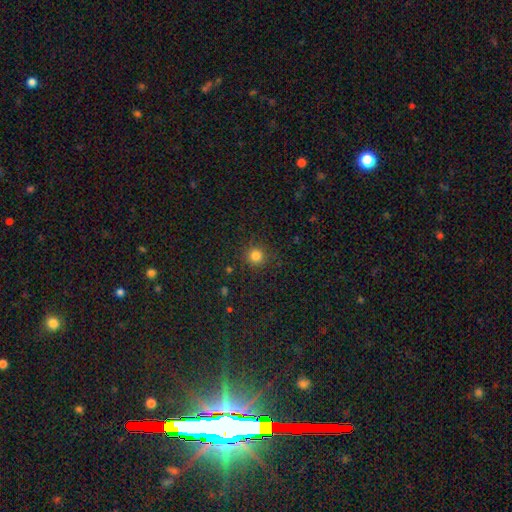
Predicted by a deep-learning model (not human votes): smooth-or-featured: smooth: 82% | star or artifact: 14% | featured or disk: 5%
  how-rounded: round: 94% | in between: 5% | cigar-shaped: 1%
  merging: none: 89% | minor disturbance: 7% | major disturbance: 3% | merger: 1%